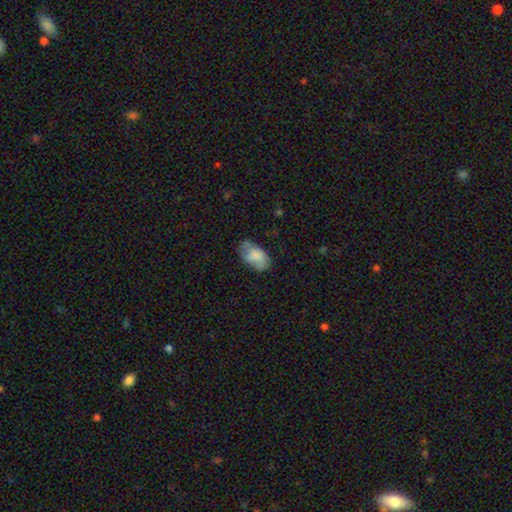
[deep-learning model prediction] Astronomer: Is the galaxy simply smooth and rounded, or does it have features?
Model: smooth — 76%.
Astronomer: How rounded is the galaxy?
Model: in between — 92%.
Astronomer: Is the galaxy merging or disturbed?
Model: none — 58%.